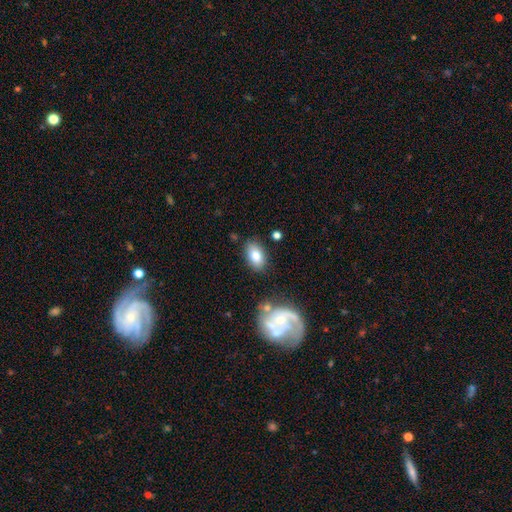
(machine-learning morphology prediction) smooth-or-featured: smooth: 79% | featured or disk: 14% | star or artifact: 8%
  how-rounded: in between: 89% | round: 9% | cigar-shaped: 2%
  merging: none: 80% | minor disturbance: 13% | merger: 4% | major disturbance: 3%